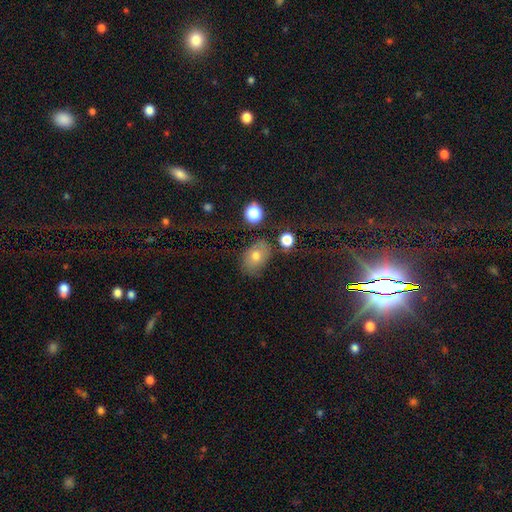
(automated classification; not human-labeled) smooth_or_featured: smooth (p=0.70) [alt: featured or disk p=0.18]
how_rounded: in between (p=0.74) [alt: round p=0.25]
merging: none (p=0.69) [alt: minor disturbance p=0.20]